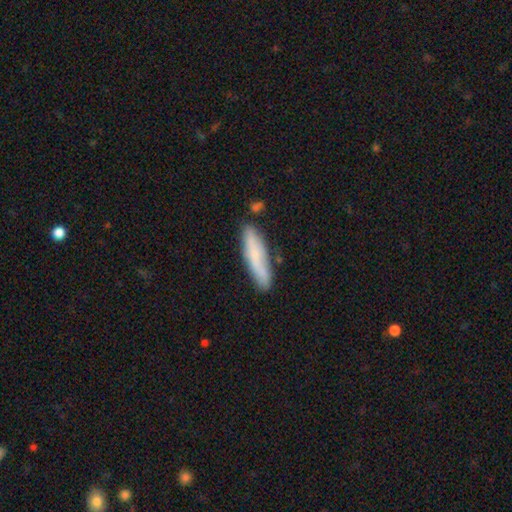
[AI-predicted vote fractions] Overall: smooth (66%; featured or disk 27%). How rounded: cigar-shaped (82%). Merging: none (77%).